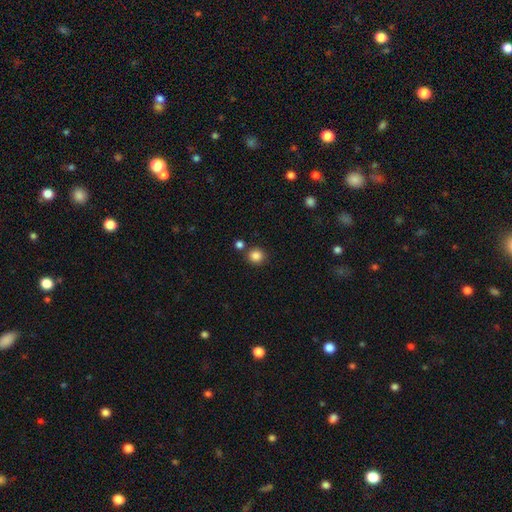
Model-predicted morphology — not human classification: A smooth galaxy with no disk features (85%) that is round (91%). Merging: none (82%).